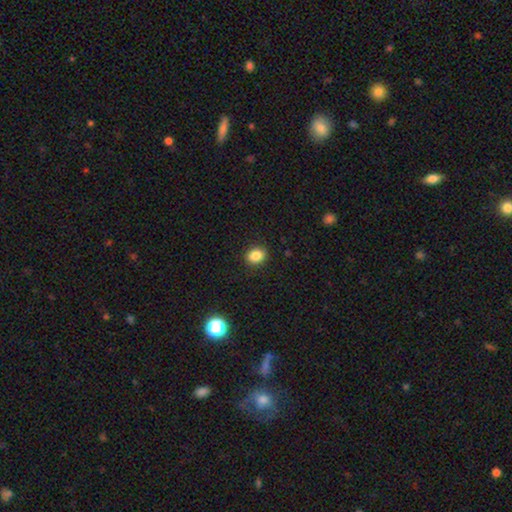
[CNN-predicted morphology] This is clearly a smooth galaxy (85%). How rounded: possibly in between (57%). Merging: clearly none (89%).